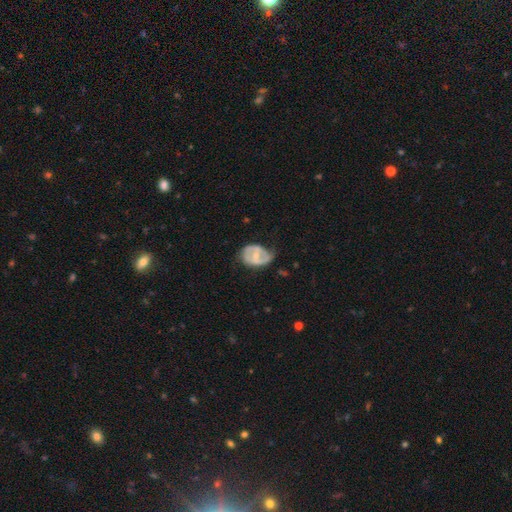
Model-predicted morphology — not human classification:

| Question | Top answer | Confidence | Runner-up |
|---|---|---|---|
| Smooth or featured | featured or disk | 60% | smooth (34%) |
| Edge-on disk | no | 96% | yes (4%) |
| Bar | no | 46% | weak (35%) |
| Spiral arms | no | 55% | yes (45%) |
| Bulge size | moderate | 51% | small (43%) |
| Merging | none | 42% | minor disturbance (37%) |